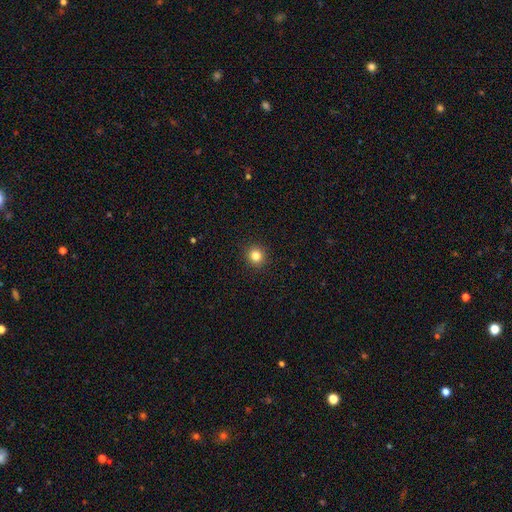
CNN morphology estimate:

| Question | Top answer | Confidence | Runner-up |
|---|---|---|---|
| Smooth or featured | smooth | 83% | star or artifact (12%) |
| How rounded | round | 92% | in between (7%) |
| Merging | none | 92% | minor disturbance (5%) |